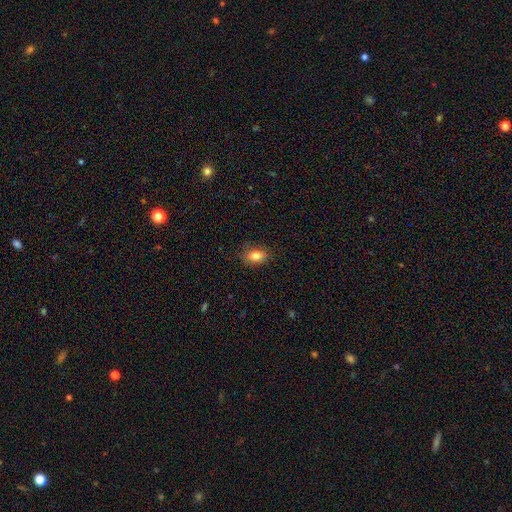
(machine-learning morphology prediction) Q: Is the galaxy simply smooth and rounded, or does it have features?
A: smooth — 82%.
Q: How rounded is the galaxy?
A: in between — 81%.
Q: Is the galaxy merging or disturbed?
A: none — 76%.